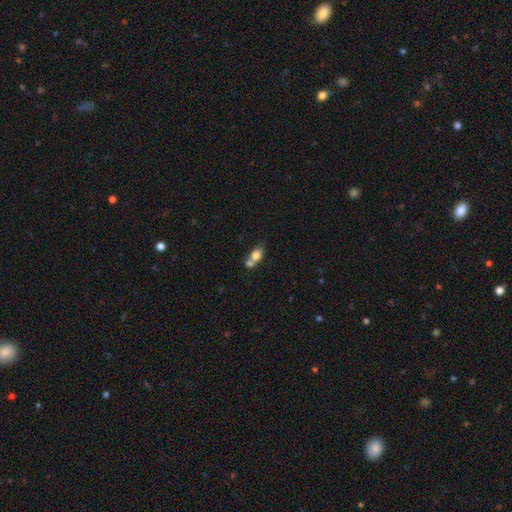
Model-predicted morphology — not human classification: smooth-or-featured: smooth: 75% | featured or disk: 17% | star or artifact: 9%
  how-rounded: in between: 71% | round: 23% | cigar-shaped: 5%
  merging: merger: 56% | none: 29% | minor disturbance: 10% | major disturbance: 5%